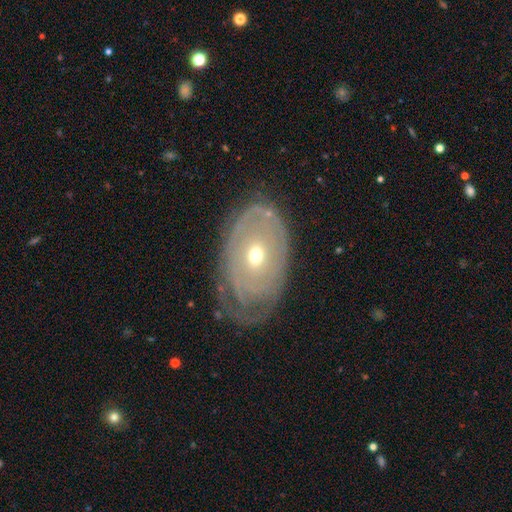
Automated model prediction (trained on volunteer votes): Smooth or featured?
  - featured or disk: 72% *
  - smooth: 22%
  - star or artifact: 6%
Edge-on disk?
  - no: 93% *
  - yes: 7%
Bar?
  - no: 79% *
  - weak: 17%
  - strong: 5%
Spiral arms?
  - yes: 61% *
  - no: 39%
Bulge size?
  - small: 50% *
  - moderate: 47%
  - large: 2%
  - dominant: 1%
  - none: 1%
Merging?
  - none: 65% *
  - minor disturbance: 21%
  - major disturbance: 12%
  - merger: 2%